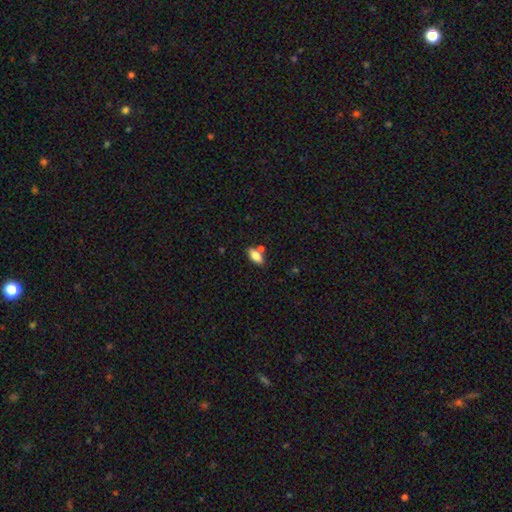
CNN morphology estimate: smooth-or-featured: smooth: 80% | featured or disk: 12% | star or artifact: 8%
  how-rounded: in between: 86% | cigar-shaped: 11% | round: 3%
  merging: none: 69% | merger: 15% | minor disturbance: 13% | major disturbance: 3%